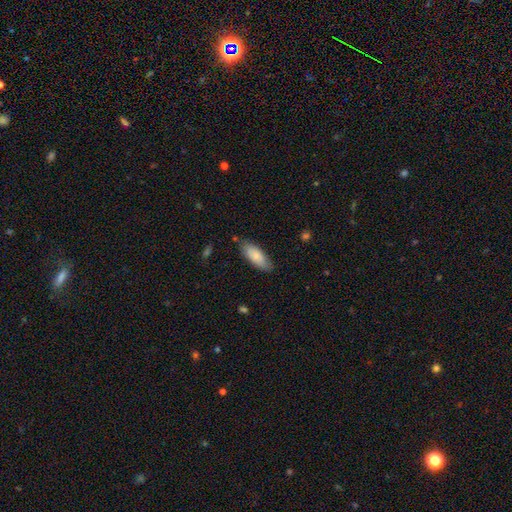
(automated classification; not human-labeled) This appears to be a smooth galaxy with no disk features (83%) that is in between round and cigar-shaped (75%). Merging: none (78%).